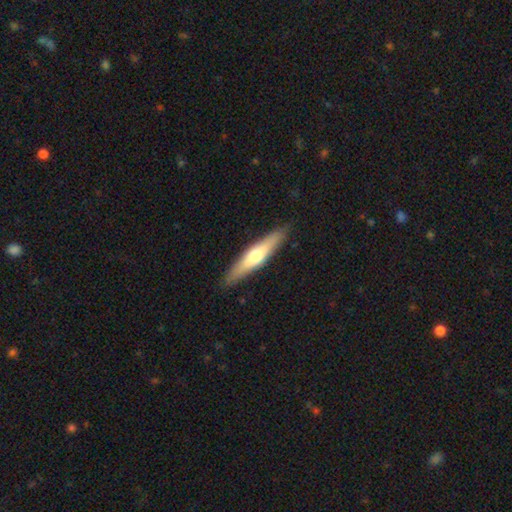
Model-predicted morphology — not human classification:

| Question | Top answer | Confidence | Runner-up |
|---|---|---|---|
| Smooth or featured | featured or disk | 48% | smooth (47%) |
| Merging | none | 89% | minor disturbance (8%) |